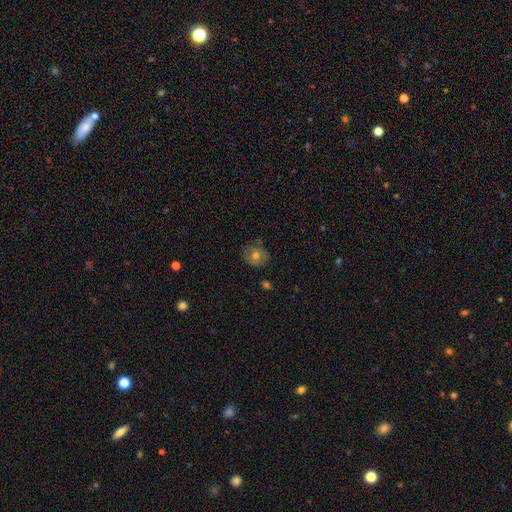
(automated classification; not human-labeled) A smooth galaxy with no disk features (67%) that is round (84%). Merging: none (78%).